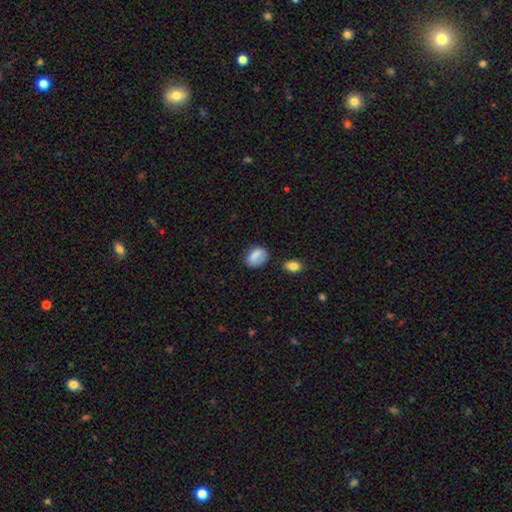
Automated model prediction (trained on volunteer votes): smooth_or_featured: smooth (p=0.81) [alt: featured or disk p=0.10]
how_rounded: in between (p=0.70) [alt: round p=0.28]
merging: none (p=0.65) [alt: minor disturbance p=0.24]